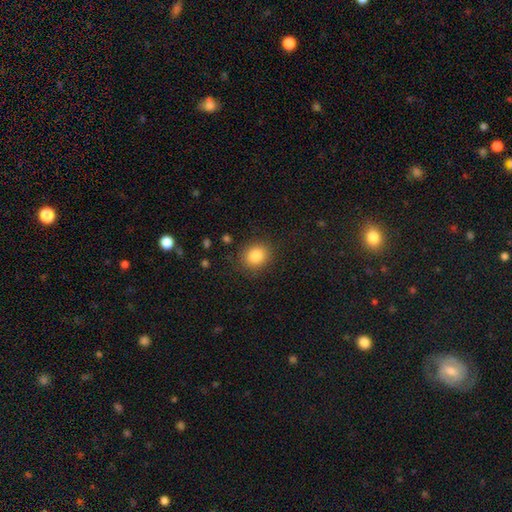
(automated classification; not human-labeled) Smooth or featured? smooth (86%)
How rounded? round (68%)
Merging? none (86%)